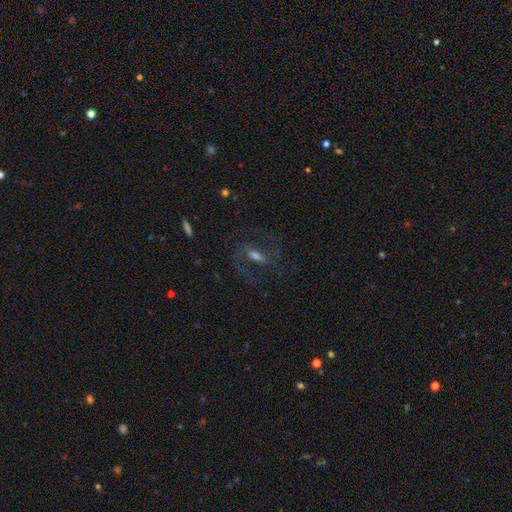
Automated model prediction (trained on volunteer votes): smooth-or-featured: featured or disk: 71% | smooth: 17% | star or artifact: 12%
  disk-edge-on: no: 91% | yes: 9%
    bar: strong: 43% | weak: 42% | no: 15%
    has-spiral-arms: yes: 88% | no: 12%
      spiral-winding: medium: 50% | loose: 36% | tight: 14%
      spiral-arm-count: 2: 86% | can't tell: 6% | 1: 3% | 3: 2% | 4: 1% | more than 4: 1%
    bulge-size: moderate: 50% | small: 28% | large: 13% | none: 7% | dominant: 2%
  merging: none: 69% | major disturbance: 16% | minor disturbance: 13% | merger: 2%